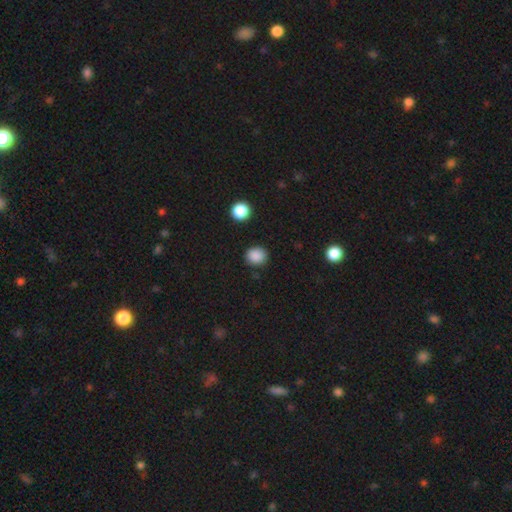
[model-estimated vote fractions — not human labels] Overall: smooth (87%). How rounded: round (83%). Merging: none (88%).